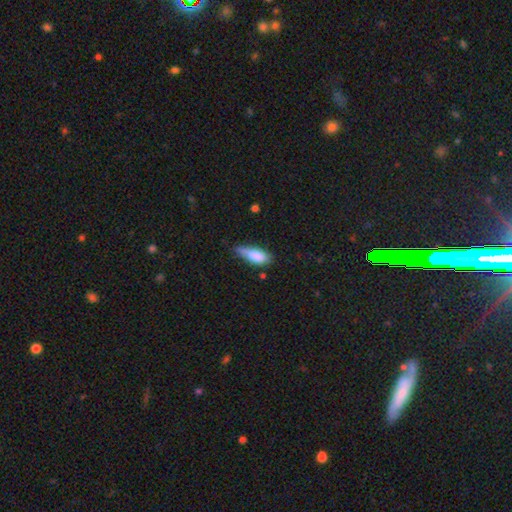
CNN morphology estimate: This is clearly a smooth galaxy (80%). How rounded: likely in between (69%). Merging: marginally none (43%).